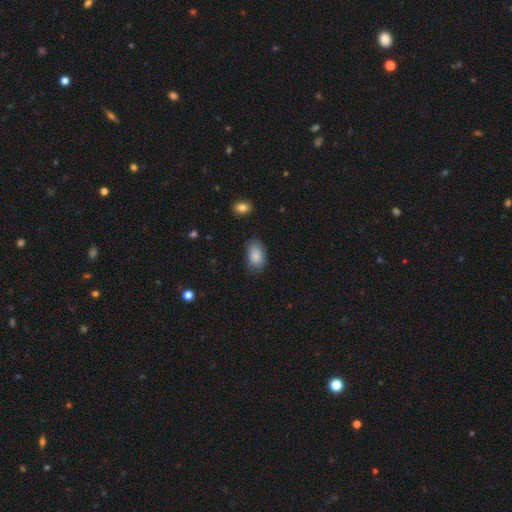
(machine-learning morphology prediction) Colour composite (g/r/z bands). It shows a smooth galaxy with no disk features (88%) that is in between round and cigar-shaped (92%). Merging: none (79%).